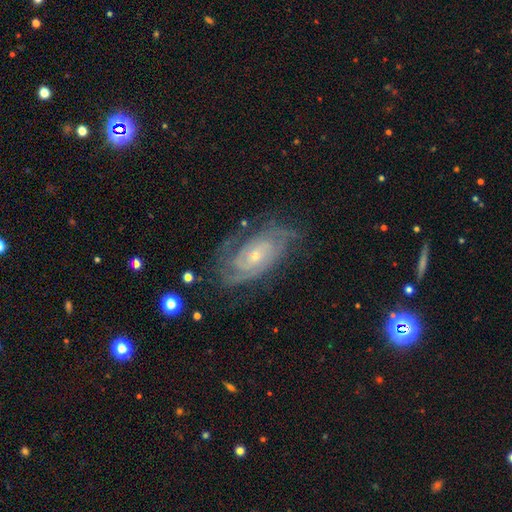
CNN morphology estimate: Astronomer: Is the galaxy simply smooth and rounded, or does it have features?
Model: featured or disk — 86%.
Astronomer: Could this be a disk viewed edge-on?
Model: no — 95%.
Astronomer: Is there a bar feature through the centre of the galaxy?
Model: no — 68%.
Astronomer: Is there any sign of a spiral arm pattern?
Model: yes — 96%.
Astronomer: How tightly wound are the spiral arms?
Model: tight — 69%.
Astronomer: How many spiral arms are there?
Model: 2 — 41% (runner-up: can't tell, 27%).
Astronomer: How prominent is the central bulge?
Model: small — 64%.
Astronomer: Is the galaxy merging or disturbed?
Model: none — 70%.